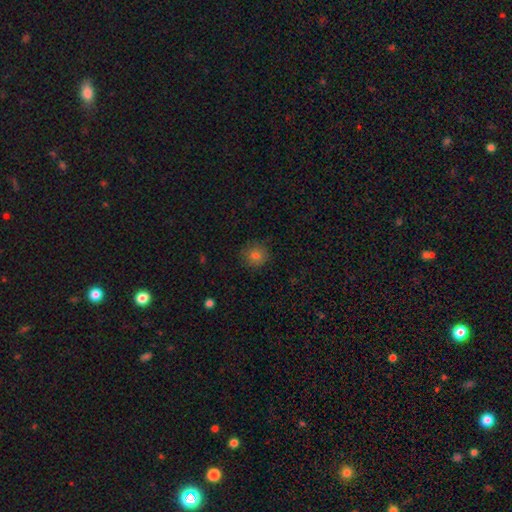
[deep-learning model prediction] This is clearly a smooth galaxy (81%). How rounded: clearly round (89%). Merging: clearly none (86%).